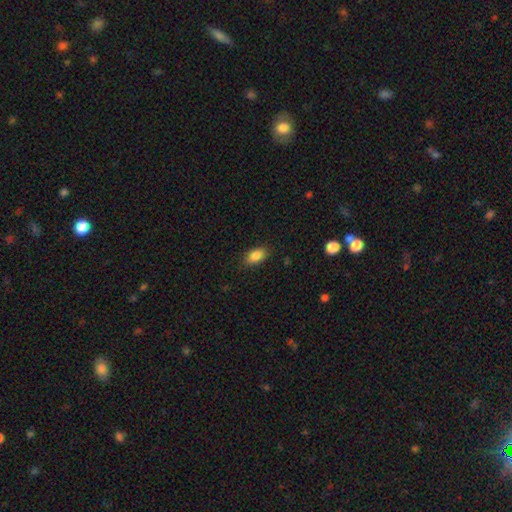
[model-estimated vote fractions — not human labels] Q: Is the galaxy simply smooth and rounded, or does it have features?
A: smooth — 86%.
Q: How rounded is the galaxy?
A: in between — 89%.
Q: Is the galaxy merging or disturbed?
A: none — 86%.